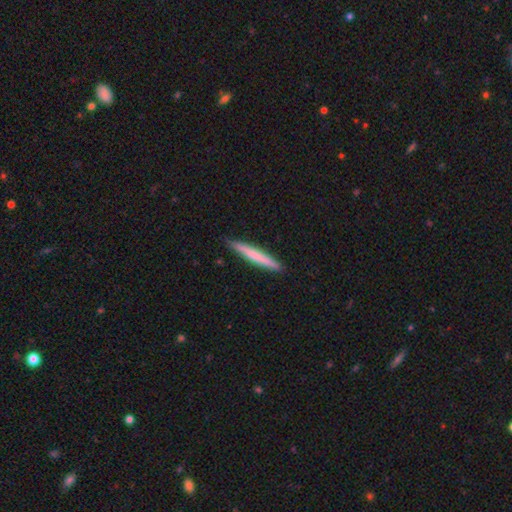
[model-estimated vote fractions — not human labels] smooth-or-featured: smooth: 67% | featured or disk: 28% | star or artifact: 5%
  how-rounded: cigar-shaped: 96% | in between: 3% | round: 1%
  merging: none: 90% | minor disturbance: 8% | major disturbance: 1% | merger: 1%